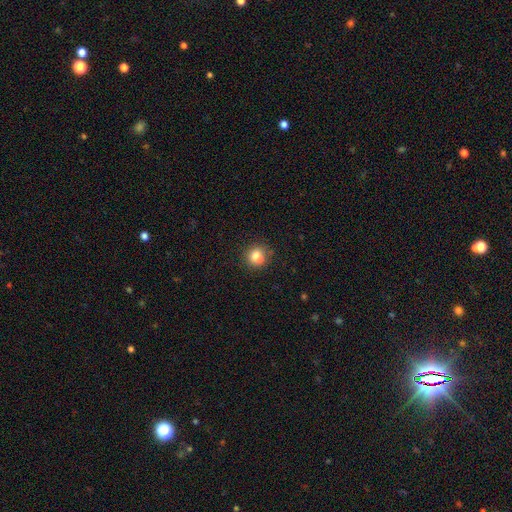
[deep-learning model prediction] A smooth galaxy with no disk features (75%) that is round (79%). Merging: none (56%).